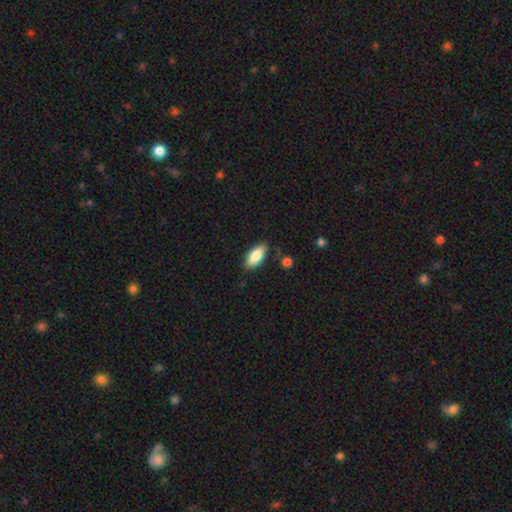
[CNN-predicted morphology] Smooth or featured? smooth (83%)
How rounded? in between (84%)
Merging? none (82%)